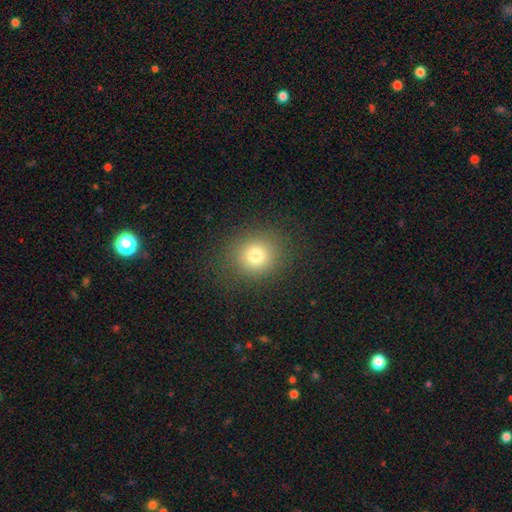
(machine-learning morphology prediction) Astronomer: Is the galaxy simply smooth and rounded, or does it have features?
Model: smooth — 77%.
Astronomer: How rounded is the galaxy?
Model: round — 84%.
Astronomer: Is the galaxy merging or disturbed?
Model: none — 87%.